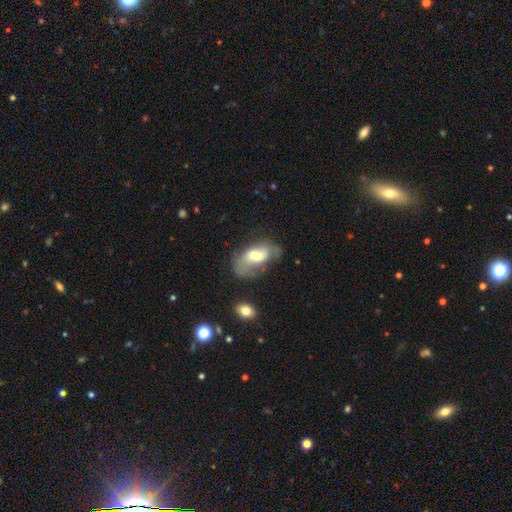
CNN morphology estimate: A featured or disk galaxy (48%).

Vote fractions:
- Smooth or featured? featured or disk: 48% / smooth: 44% / star or artifact: 8%
- Merging? none: 38% / major disturbance: 28% / minor disturbance: 28% / merger: 6%